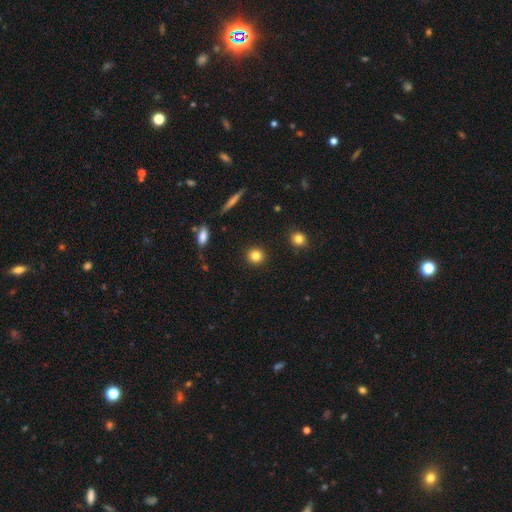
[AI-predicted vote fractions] smooth 84%, star or artifact 10%, featured or disk 6%. Down the decision tree: how rounded — round (91%); merging — none (92%).